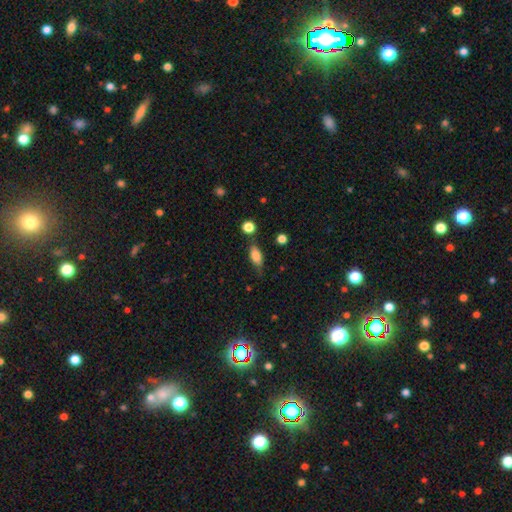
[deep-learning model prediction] smooth_or_featured: smooth (p=0.79) [alt: featured or disk p=0.13]
how_rounded: in between (p=0.80) [alt: cigar-shaped p=0.15]
merging: none (p=0.65) [alt: minor disturbance p=0.24]